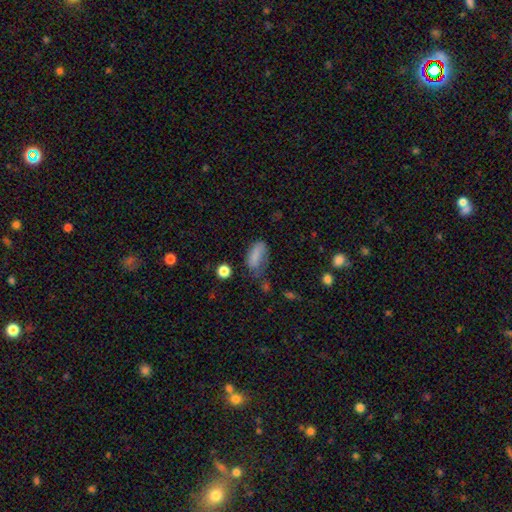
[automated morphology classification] Smooth or featured? smooth (79%)
How rounded? in between (87%)
Merging? none (38%)